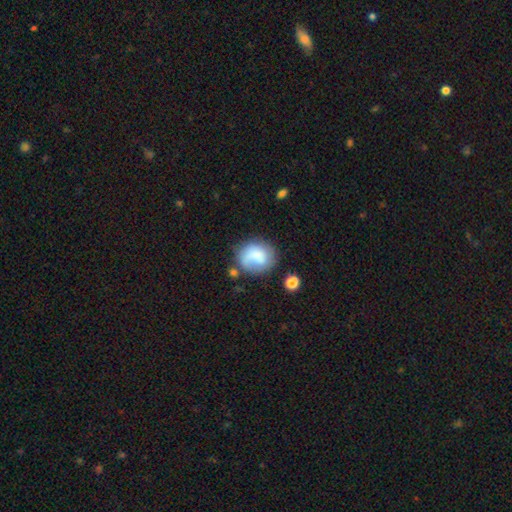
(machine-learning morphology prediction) Smooth or featured? smooth (67%)
How rounded? round (69%)
Merging? none (52%)